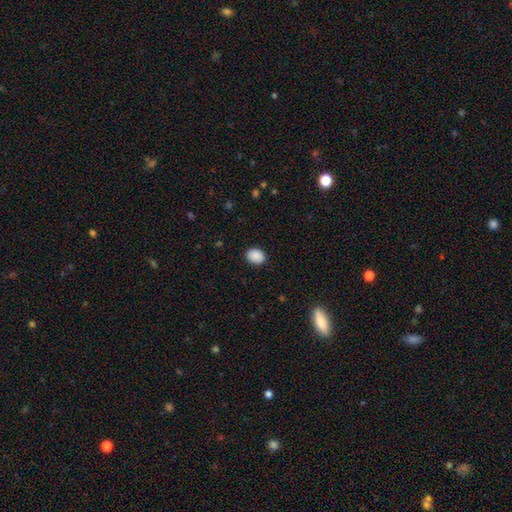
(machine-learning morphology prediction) Smooth or featured?
  - smooth: 90% *
  - star or artifact: 8%
  - featured or disk: 2%
How rounded?
  - round: 50% *
  - in between: 49%
  - cigar-shaped: 1%
Merging?
  - none: 90% *
  - minor disturbance: 7%
  - major disturbance: 2%
  - merger: 1%